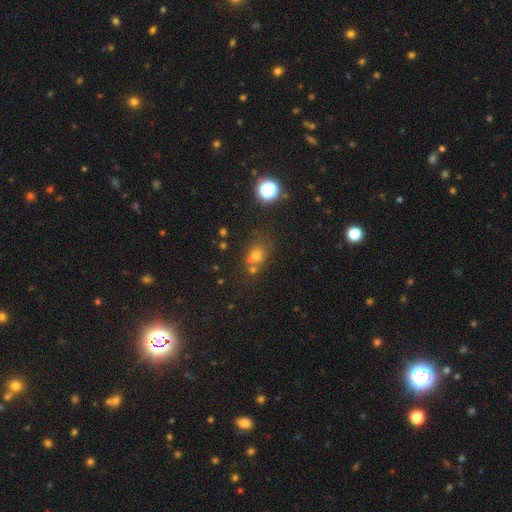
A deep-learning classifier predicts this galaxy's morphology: smooth_or_featured: smooth (p=0.64) [alt: star or artifact p=0.25]
how_rounded: round (p=0.63) [alt: in between p=0.36]
merging: none (p=0.56) [alt: merger p=0.23]